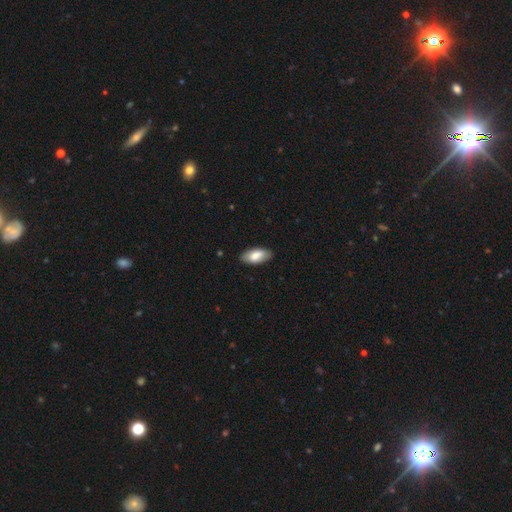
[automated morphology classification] Smooth or featured? Predicted: smooth (p=0.81). How rounded? Predicted: in between (p=0.91). Merging? Predicted: none (p=0.86).